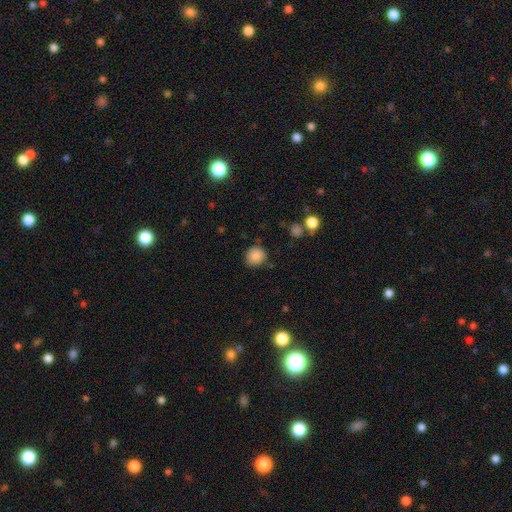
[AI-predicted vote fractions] Smooth or featured?
  - smooth: 86% *
  - star or artifact: 10%
  - featured or disk: 4%
How rounded?
  - round: 85% *
  - in between: 14%
  - cigar-shaped: 1%
Merging?
  - none: 81% *
  - minor disturbance: 14%
  - major disturbance: 3%
  - merger: 2%